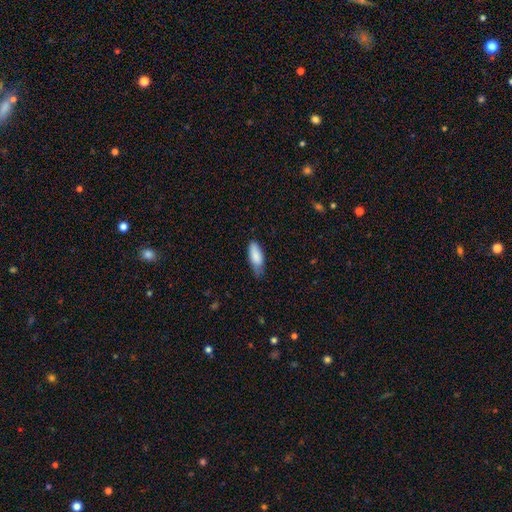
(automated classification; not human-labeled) smooth 85%, featured or disk 9%, star or artifact 6%. Down the decision tree: how rounded — in between (78%); merging — none (51%).